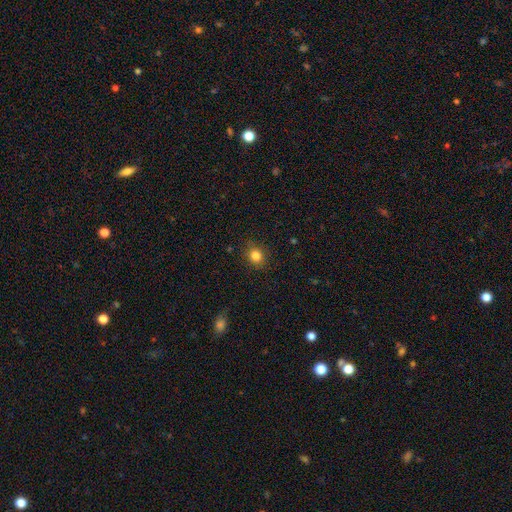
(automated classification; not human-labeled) The model was most divided on "how rounded": round: 75%, in between: 24%, cigar-shaped: 1%. More confident: merging — none (87%); smooth or featured — smooth (83%).